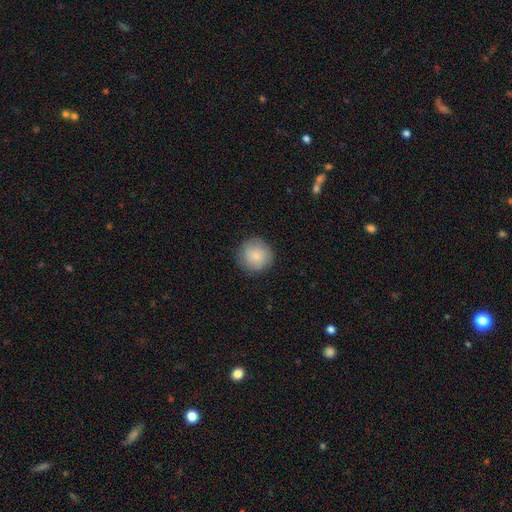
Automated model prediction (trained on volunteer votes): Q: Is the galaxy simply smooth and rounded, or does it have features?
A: smooth — 83%.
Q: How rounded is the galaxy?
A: round — 94%.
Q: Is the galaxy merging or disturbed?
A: none — 86%.